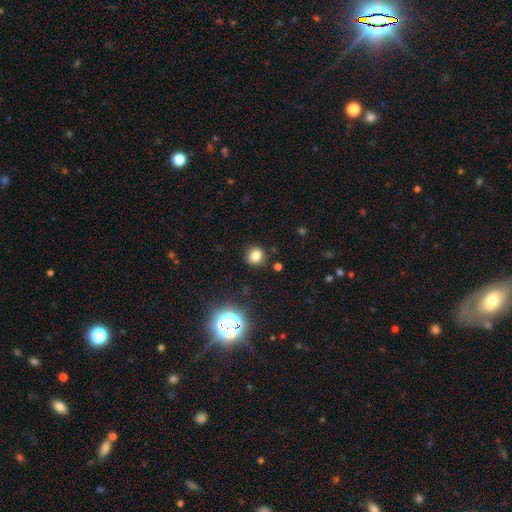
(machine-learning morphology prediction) Smooth or featured: smooth — 78% (star or artifact — 16%)
How rounded: round — 85% (in between — 14%)
Merging: none — 87% (minor disturbance — 9%)